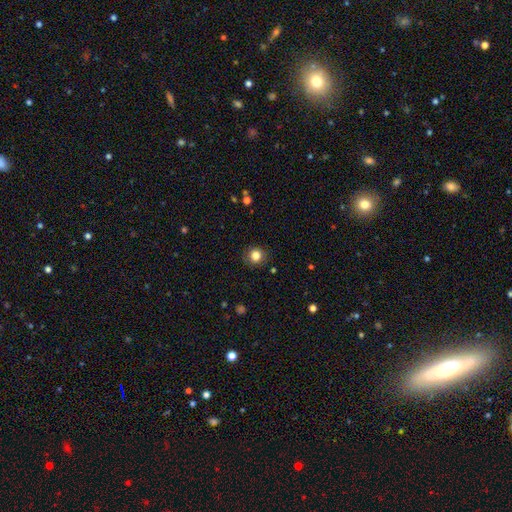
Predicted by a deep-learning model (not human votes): Morphology: type=smooth (83%); roundness=round (89%); merging=none (88%).